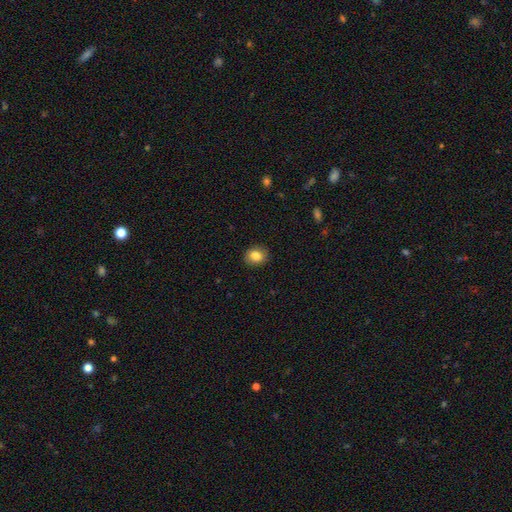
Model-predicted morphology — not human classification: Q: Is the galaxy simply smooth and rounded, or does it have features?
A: smooth — 85%.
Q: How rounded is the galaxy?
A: round — 59%.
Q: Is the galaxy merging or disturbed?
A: none — 89%.